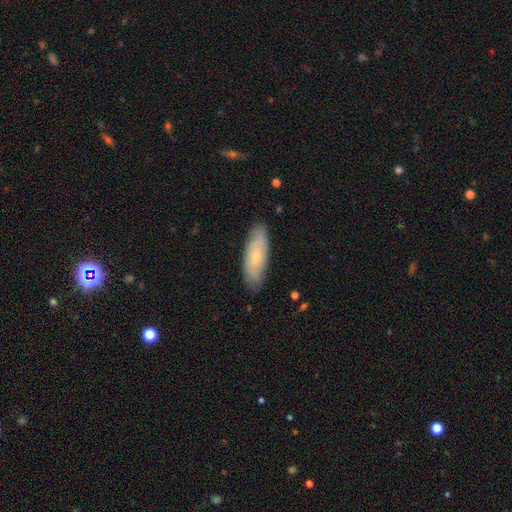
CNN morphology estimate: Smooth or featured?
  - smooth: 56% *
  - featured or disk: 37%
  - star or artifact: 6%
How rounded?
  - in between: 62% *
  - cigar-shaped: 36%
  - round: 2%
Merging?
  - none: 82% *
  - minor disturbance: 14%
  - major disturbance: 2%
  - merger: 1%